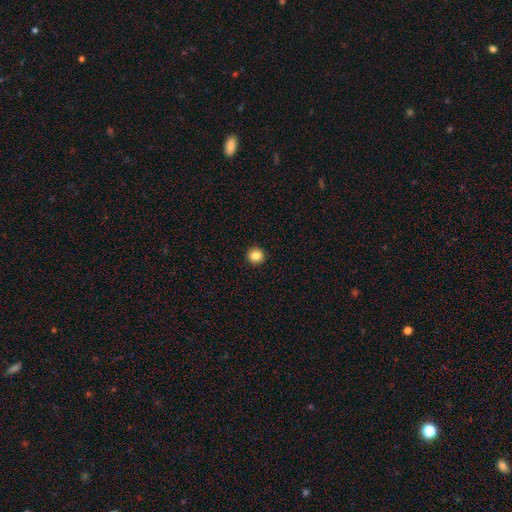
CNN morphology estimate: Q: Smooth or featured?
A: smooth (85%); runner-up: star or artifact (10%)
Q: How rounded?
A: round (95%); runner-up: in between (4%)
Q: Merging?
A: none (94%); runner-up: minor disturbance (4%)